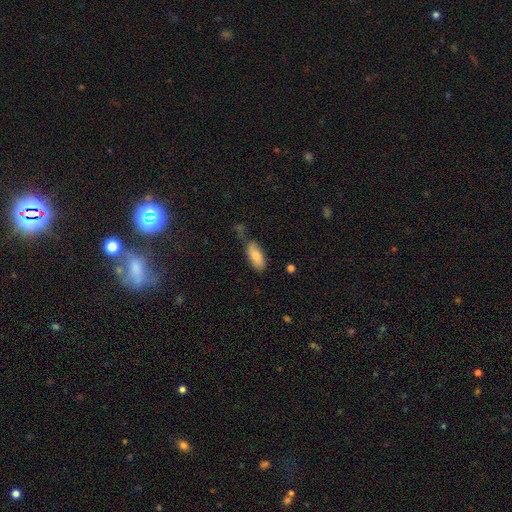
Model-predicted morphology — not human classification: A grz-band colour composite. It shows a smooth galaxy with no disk features (83%) that is in between round and cigar-shaped (82%). Merging: none (63%).